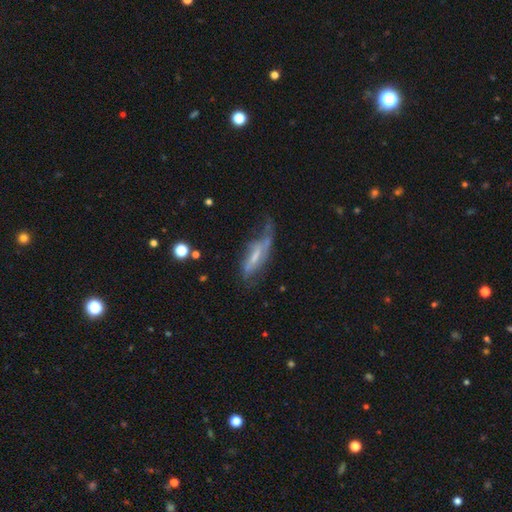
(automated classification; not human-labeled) Morphology: type=featured or disk (60%); edge-on=no (67%); merging=major disturbance (34%).